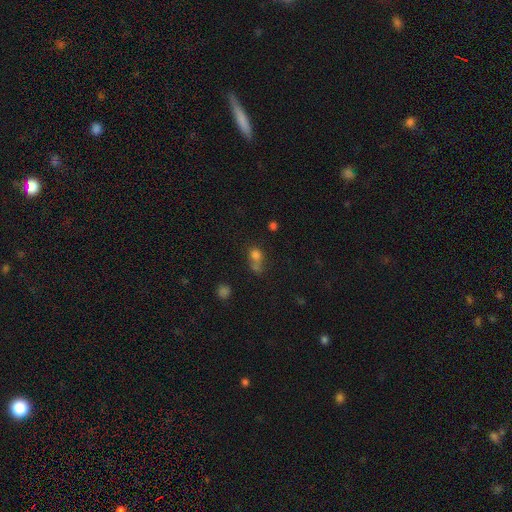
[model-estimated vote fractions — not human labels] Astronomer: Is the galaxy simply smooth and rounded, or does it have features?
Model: smooth — 75%.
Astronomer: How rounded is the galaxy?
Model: round — 60% (runner-up: in between, 37%).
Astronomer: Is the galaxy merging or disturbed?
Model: merger — 41% (runner-up: none, 31%).